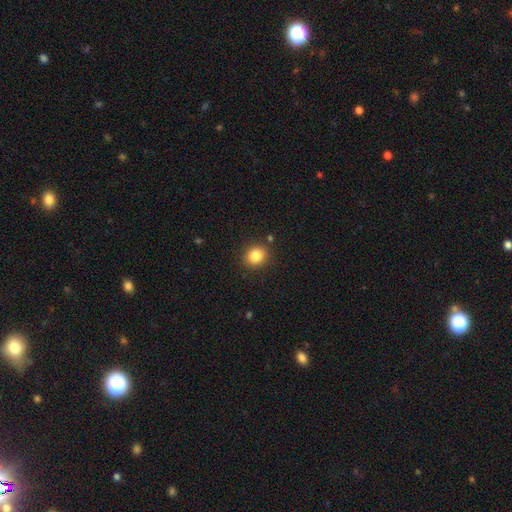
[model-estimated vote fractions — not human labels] Smooth or featured? Predicted: smooth (p=0.84). How rounded? Predicted: round (p=0.74). Merging? Predicted: none (p=0.87).